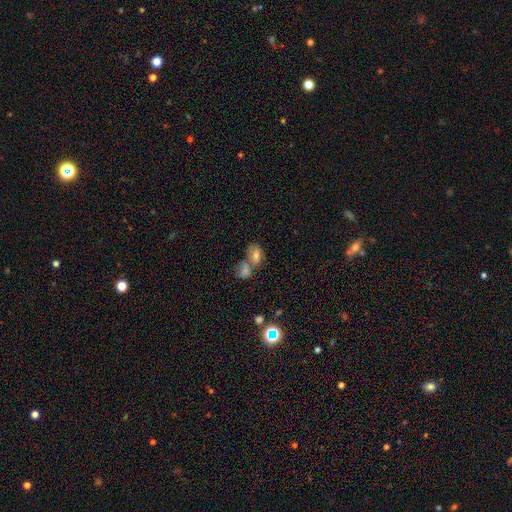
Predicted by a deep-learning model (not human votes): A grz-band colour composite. It shows a smooth galaxy with no disk features (59%) that is in between round and cigar-shaped (80%). Merging: merger (53%).